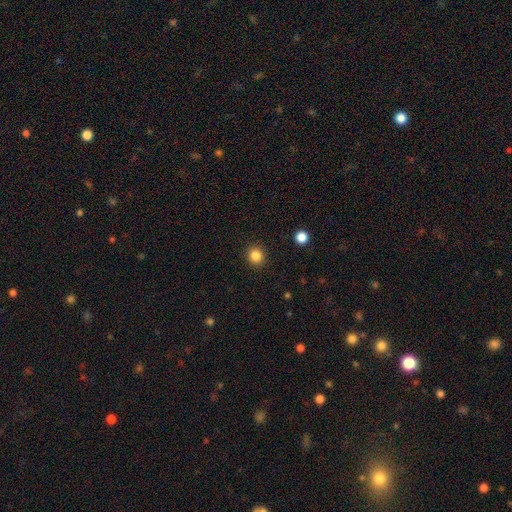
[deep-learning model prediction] Q: Smooth or featured?
A: smooth (85%); runner-up: star or artifact (11%)
Q: How rounded?
A: round (85%); runner-up: in between (14%)
Q: Merging?
A: none (91%); runner-up: minor disturbance (5%)